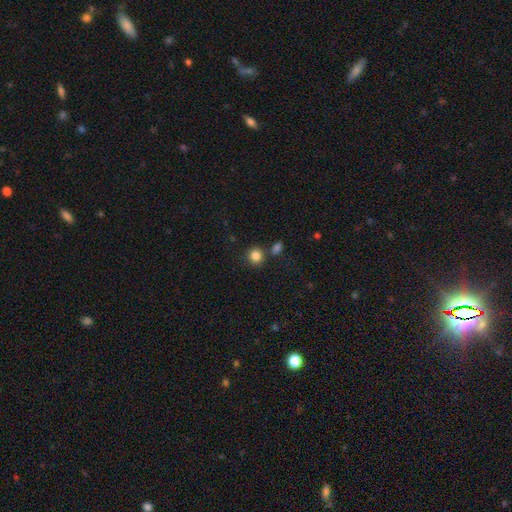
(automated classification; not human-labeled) This is clearly a smooth galaxy (84%). How rounded: clearly round (87%). Merging: likely none (76%).